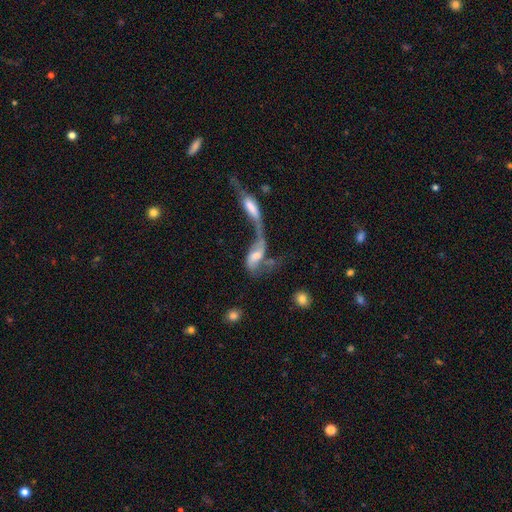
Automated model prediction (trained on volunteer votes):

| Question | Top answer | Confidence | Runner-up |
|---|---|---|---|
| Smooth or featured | featured or disk | 59% | smooth (32%) |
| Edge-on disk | no | 90% | yes (10%) |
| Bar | no | 48% | weak (35%) |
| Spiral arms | yes | 68% | no (32%) |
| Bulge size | moderate | 37% | small (23%) |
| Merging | merger | 74% | major disturbance (14%) |